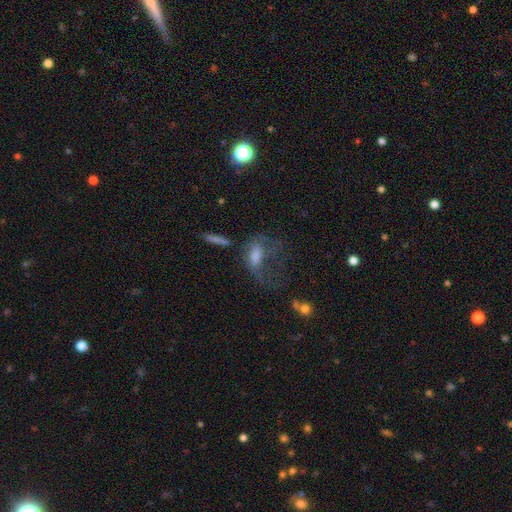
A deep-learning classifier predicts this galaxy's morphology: smooth_or_featured: smooth (p=0.44) [alt: featured or disk p=0.39]
merging: major disturbance (p=0.55) [alt: none p=0.22]